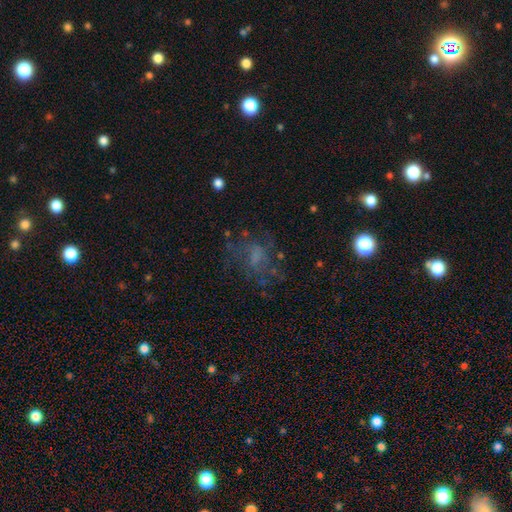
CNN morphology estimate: featured or disk 45%, smooth 36%, star or artifact 19%. Down the decision tree: merging — none (52%).